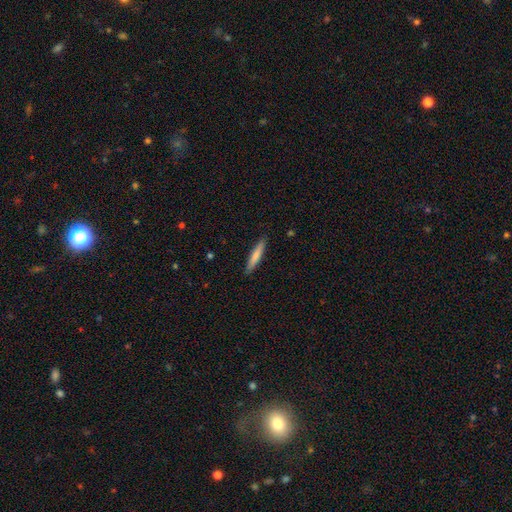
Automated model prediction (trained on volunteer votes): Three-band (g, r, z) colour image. It shows a smooth galaxy with no disk features (73%) that is cigar-shaped (91%). Merging: none (90%).